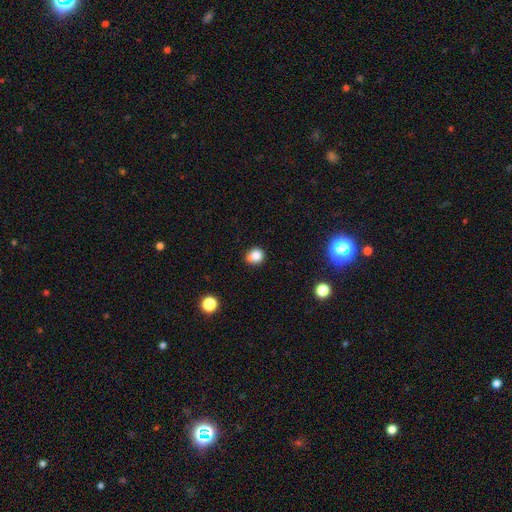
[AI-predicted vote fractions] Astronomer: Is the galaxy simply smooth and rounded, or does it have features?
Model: smooth — 83%.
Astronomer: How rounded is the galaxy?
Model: round — 76%.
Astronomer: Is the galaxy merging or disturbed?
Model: none — 73%.